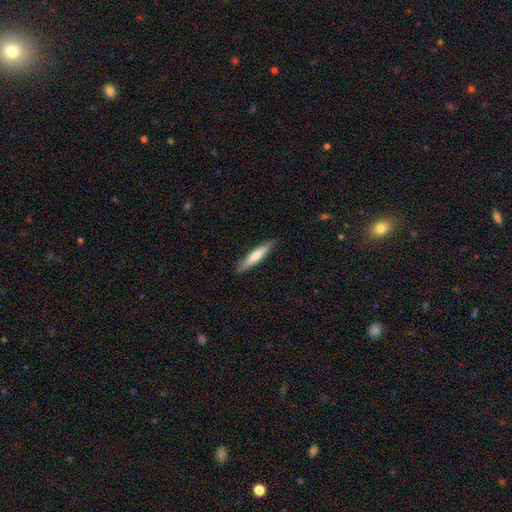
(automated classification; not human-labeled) smooth 72%, featured or disk 23%, star or artifact 5%. Down the decision tree: how rounded — cigar-shaped (89%); merging — none (89%).